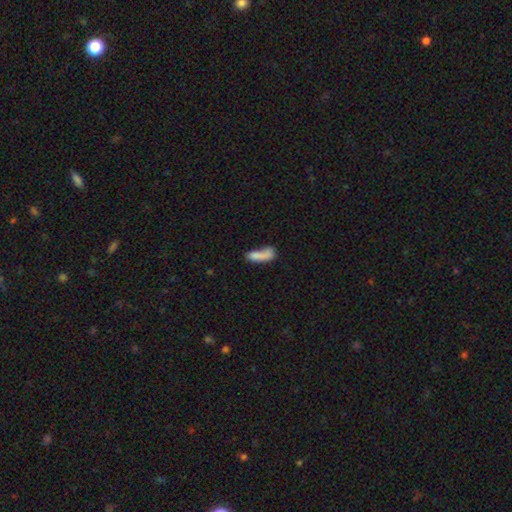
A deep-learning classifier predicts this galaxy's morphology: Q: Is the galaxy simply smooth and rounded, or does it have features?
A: smooth — 71%.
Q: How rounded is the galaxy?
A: cigar-shaped — 54%.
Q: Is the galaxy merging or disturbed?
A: none — 41%.